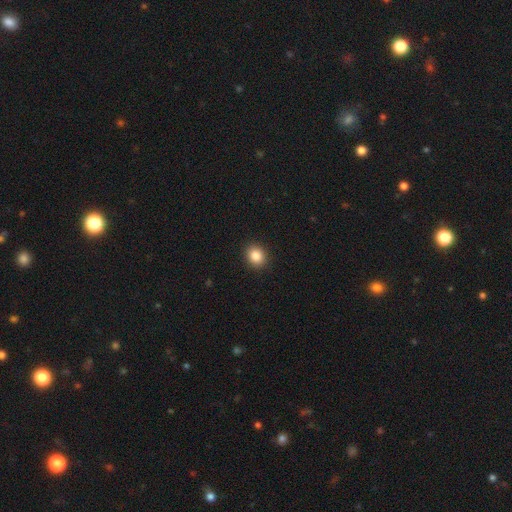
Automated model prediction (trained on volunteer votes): smooth-or-featured: smooth: 86% | star or artifact: 10% | featured or disk: 4%
  how-rounded: round: 68% | in between: 31% | cigar-shaped: 1%
  merging: none: 91% | minor disturbance: 6% | major disturbance: 2% | merger: 1%